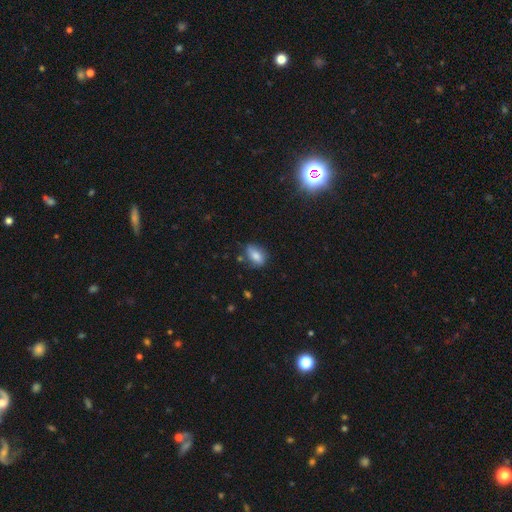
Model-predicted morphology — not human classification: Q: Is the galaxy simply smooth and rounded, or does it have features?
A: smooth — 78%.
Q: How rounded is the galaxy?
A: in between — 84%.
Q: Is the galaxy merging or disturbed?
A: none — 65%.